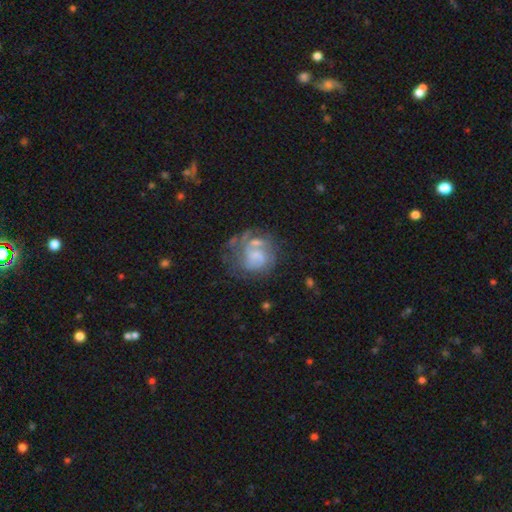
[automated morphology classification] Q: Smooth or featured?
A: featured or disk (66%); runner-up: smooth (25%)
Q: Edge-on disk?
A: no (98%); runner-up: yes (2%)
Q: Bar?
A: no (63%); runner-up: weak (31%)
Q: Spiral arms?
A: yes (71%); runner-up: no (29%)
Q: Bulge size?
A: small (34%); runner-up: none (31%)
Q: Merging?
A: none (41%); runner-up: major disturbance (27%)